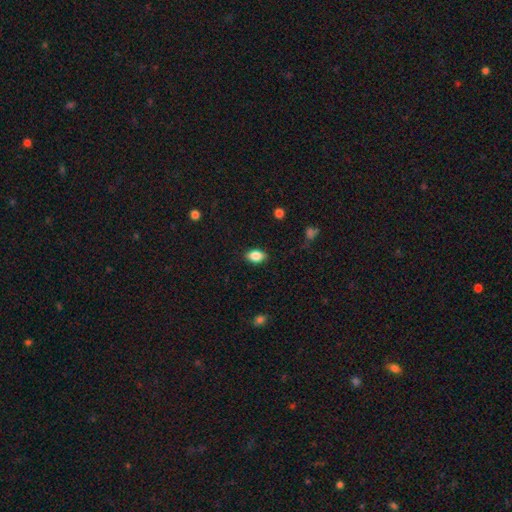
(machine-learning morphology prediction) smooth 86%, star or artifact 8%, featured or disk 6%. Down the decision tree: how rounded — in between (85%); merging — none (86%).